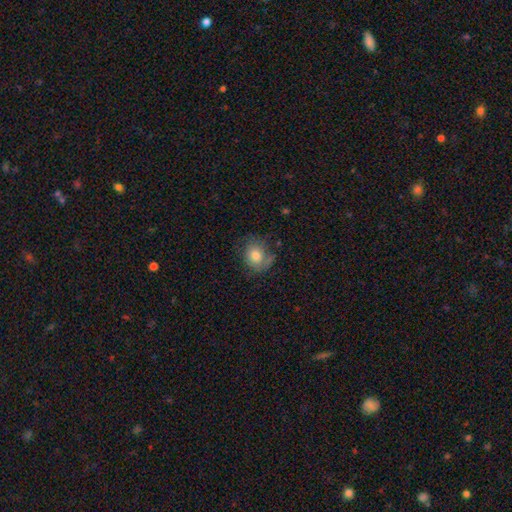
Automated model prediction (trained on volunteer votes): This appears to be a smooth galaxy with no disk features (72%) that is round (68%). Merging: none (60%).